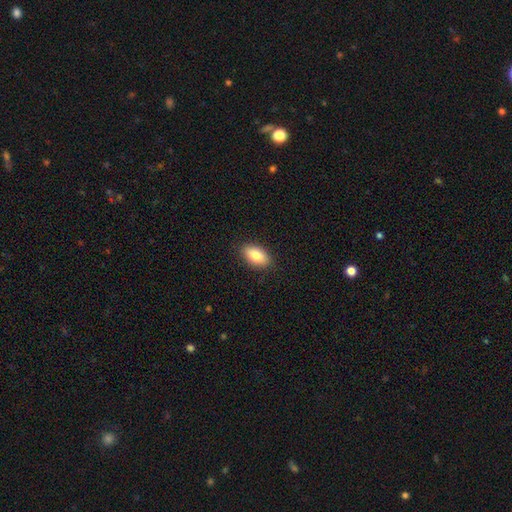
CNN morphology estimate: This appears to be a smooth galaxy with no disk features (82%) that is in between round and cigar-shaped (91%). Merging: none (89%).